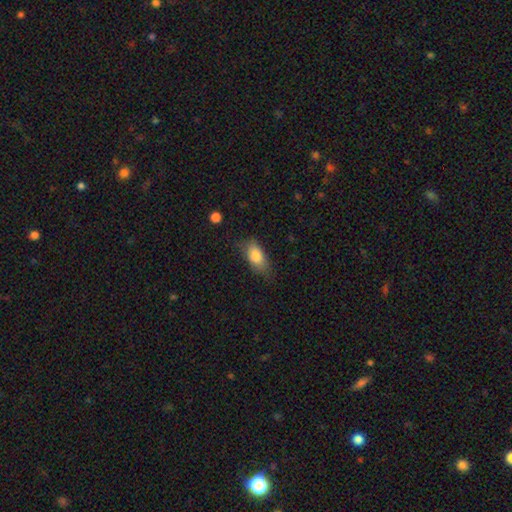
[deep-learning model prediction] A smooth galaxy with no disk features (82%) that is in between round and cigar-shaped (86%). Merging: none (68%).